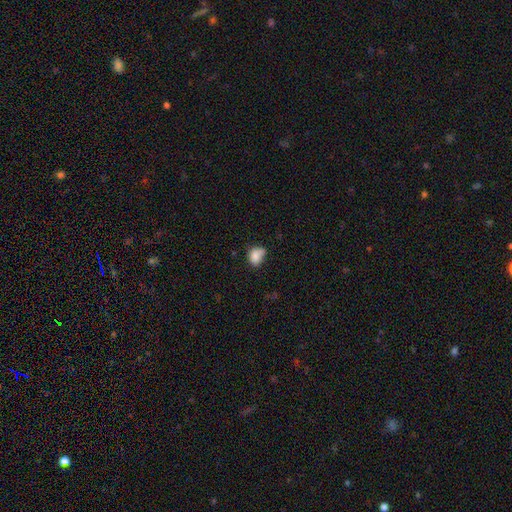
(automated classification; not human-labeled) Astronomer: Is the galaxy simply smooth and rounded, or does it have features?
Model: smooth — 81%.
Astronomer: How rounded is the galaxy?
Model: in between — 61% (runner-up: round, 38%).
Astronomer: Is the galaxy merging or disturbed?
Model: none — 40% (runner-up: minor disturbance, 35%).